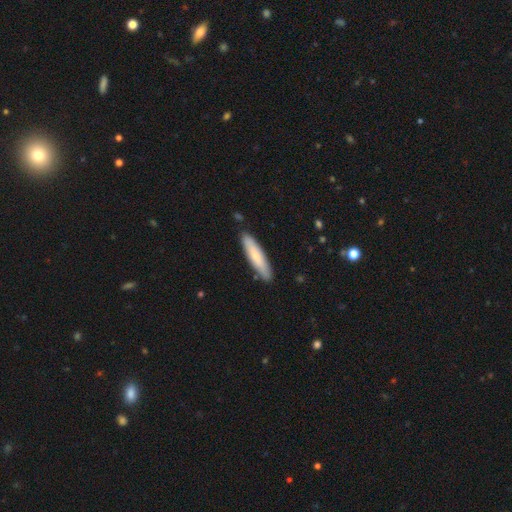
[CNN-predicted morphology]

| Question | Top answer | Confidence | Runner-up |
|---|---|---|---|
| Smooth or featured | smooth | 68% | featured or disk (27%) |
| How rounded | cigar-shaped | 82% | in between (17%) |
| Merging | none | 86% | minor disturbance (10%) |